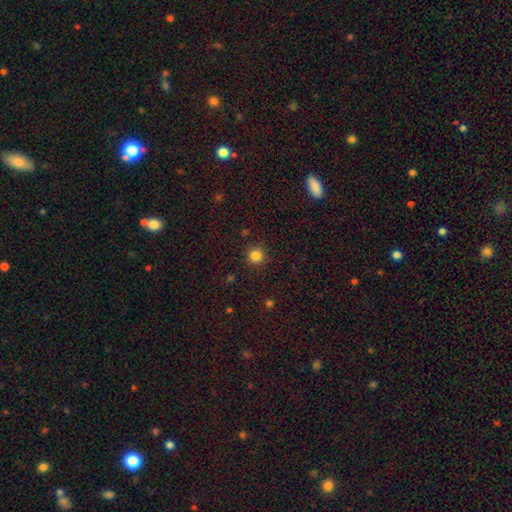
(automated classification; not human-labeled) The model was most divided on "smooth or featured": smooth: 83%, star or artifact: 13%, featured or disk: 4%. More confident: how rounded — round (94%); merging — none (90%).